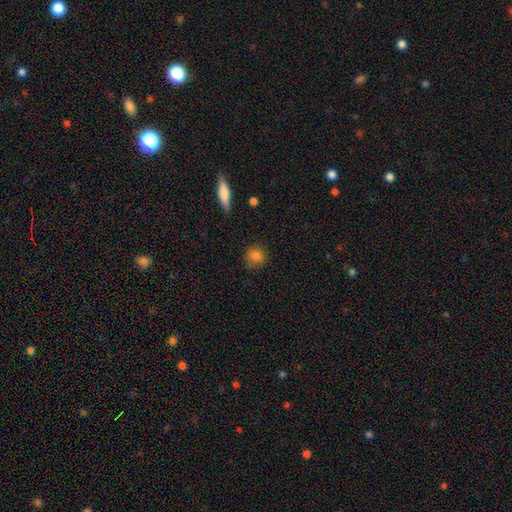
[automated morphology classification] A smooth galaxy with no disk features (82%) that is round (84%). Merging: none (78%).